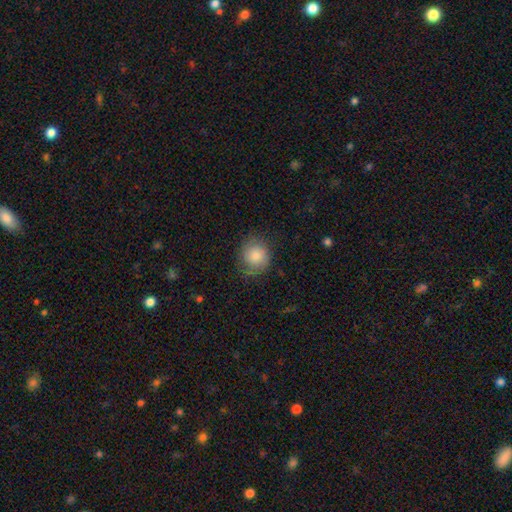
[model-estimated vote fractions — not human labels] smooth-or-featured: smooth: 74% | featured or disk: 19% | star or artifact: 8%
  how-rounded: round: 82% | in between: 17% | cigar-shaped: 1%
  merging: none: 68% | minor disturbance: 23% | major disturbance: 8% | merger: 1%